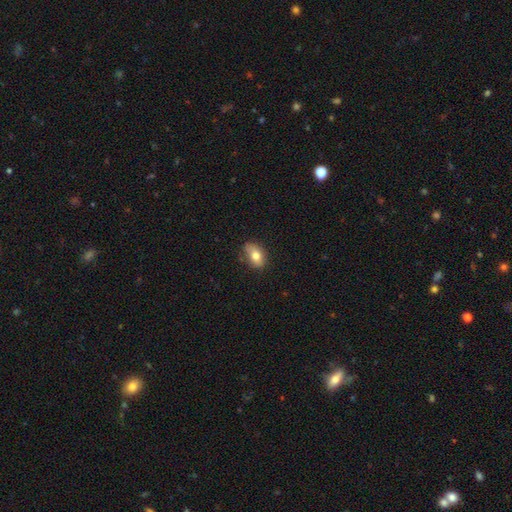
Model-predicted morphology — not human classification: smooth-or-featured: smooth: 77% | featured or disk: 15% | star or artifact: 8%
  how-rounded: in between: 84% | round: 14% | cigar-shaped: 2%
  merging: none: 71% | minor disturbance: 23% | major disturbance: 4% | merger: 2%